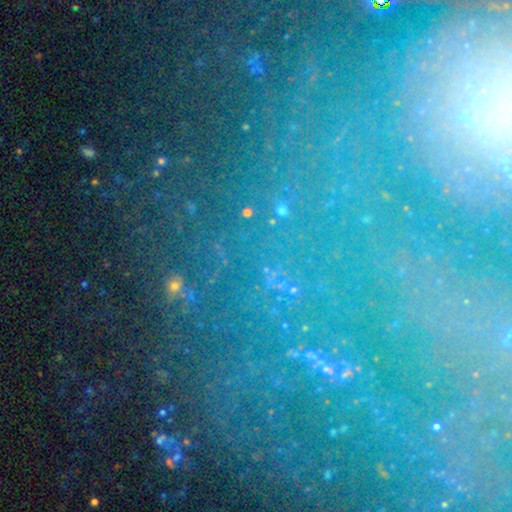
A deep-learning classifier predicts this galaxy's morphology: A star or artifact, not a galaxy (56%).